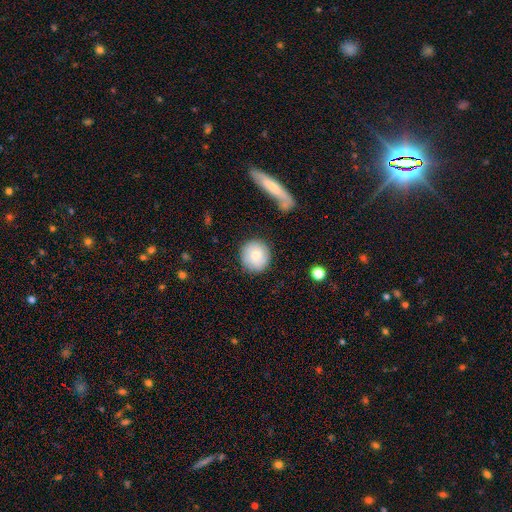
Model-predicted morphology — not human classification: type=smooth (77%); roundness=round (91%); merging=none (81%).